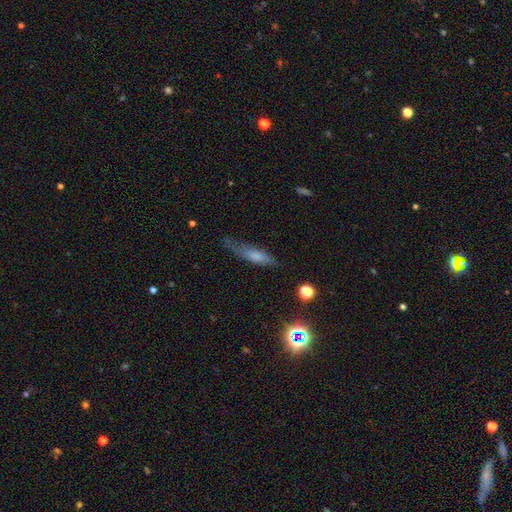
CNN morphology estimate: This is likely a smooth galaxy (65%). How rounded: likely cigar-shaped (65%). Merging: possibly none (57%).